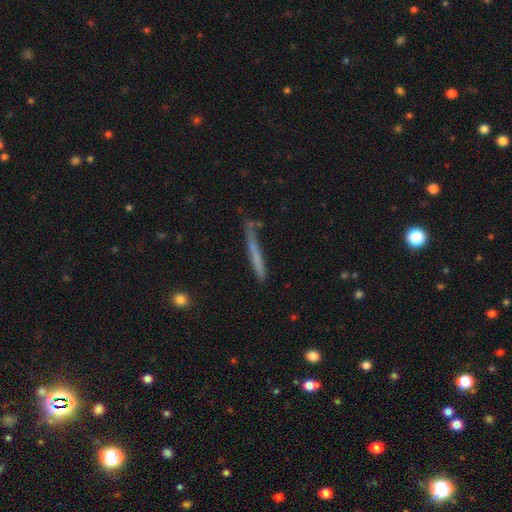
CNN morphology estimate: Smooth or featured: smooth — 57% (featured or disk — 35%)
How rounded: cigar-shaped — 96% (in between — 2%)
Merging: none — 66% (minor disturbance — 23%)